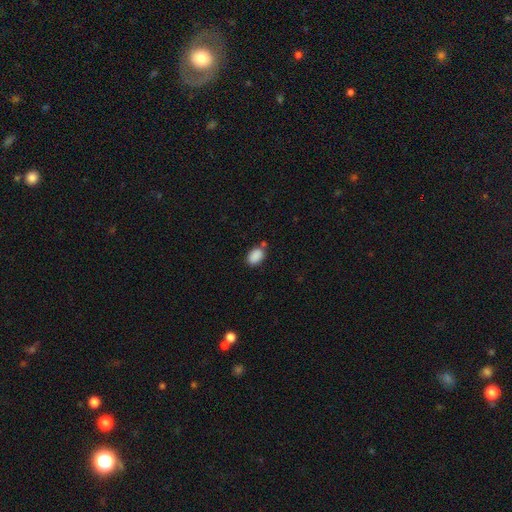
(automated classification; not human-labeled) smooth-or-featured: smooth: 88% | star or artifact: 8% | featured or disk: 4%
  how-rounded: in between: 84% | round: 15% | cigar-shaped: 1%
  merging: none: 69% | minor disturbance: 16% | merger: 12% | major disturbance: 4%